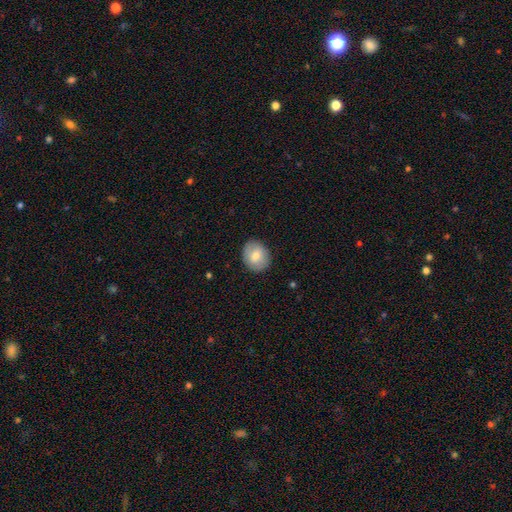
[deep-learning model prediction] Overall: smooth (72%). How rounded: round (57%; in between 42%). Merging: none (86%).